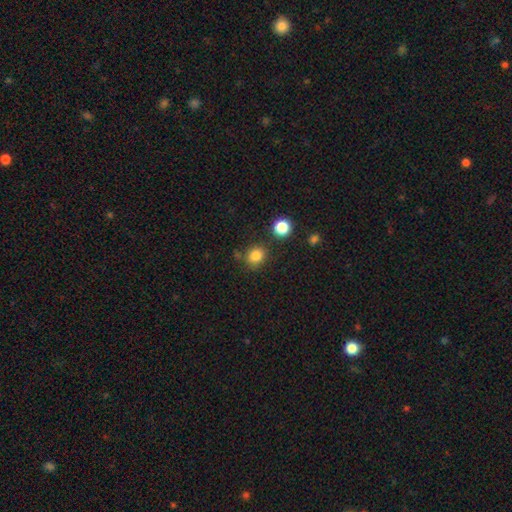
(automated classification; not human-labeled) smooth-or-featured: smooth: 83% | star or artifact: 12% | featured or disk: 5%
  how-rounded: round: 79% | in between: 20% | cigar-shaped: 1%
  merging: none: 78% | minor disturbance: 12% | merger: 7% | major disturbance: 4%